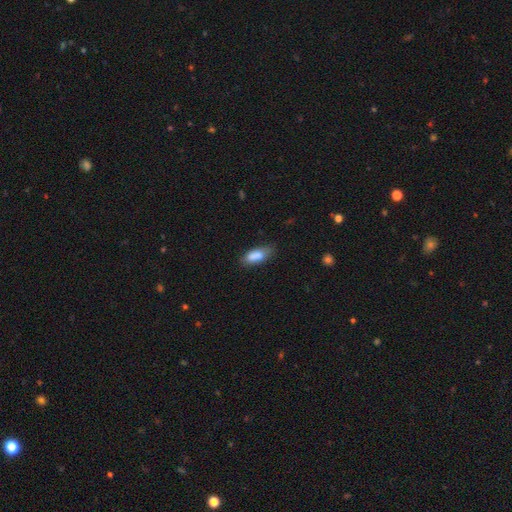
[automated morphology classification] Smooth or featured? smooth (79%)
How rounded? in between (77%)
Merging? none (63%)